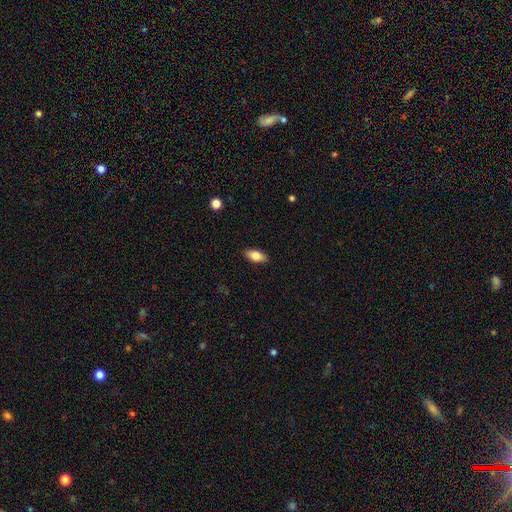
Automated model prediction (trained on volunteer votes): A smooth galaxy with no disk features (80%) that is in between round and cigar-shaped (88%). Merging: none (89%).